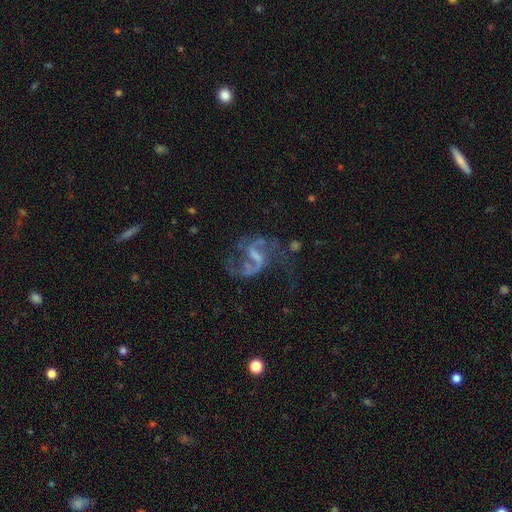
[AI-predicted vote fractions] smooth_or_featured: featured or disk (p=0.85) [alt: star or artifact p=0.09]
disk_edge_on: no (p=0.98) [alt: yes p=0.02]
bar: weak (p=0.53) [alt: strong p=0.27]
has_spiral_arms: yes (p=0.94) [alt: no p=0.06]
spiral_winding: loose (p=0.54) [alt: medium p=0.38]
spiral_arm_count: 2 (p=0.88) [alt: can't tell p=0.04]
bulge_size: none (p=0.43) [alt: small p=0.34]
merging: none (p=0.54) [alt: major disturbance p=0.25]